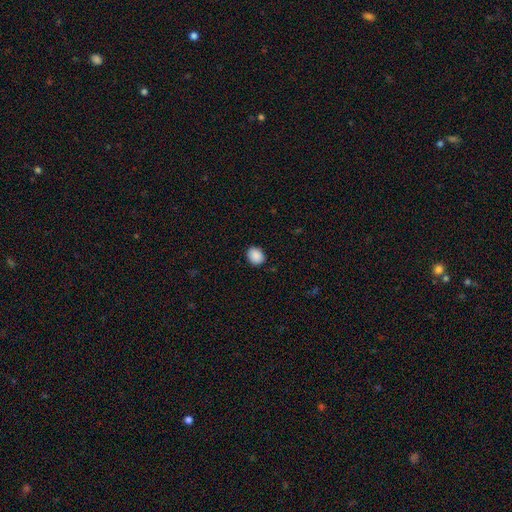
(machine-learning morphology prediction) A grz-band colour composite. It shows a smooth galaxy with no disk features (90%) that is round (50%). Merging: none (88%).